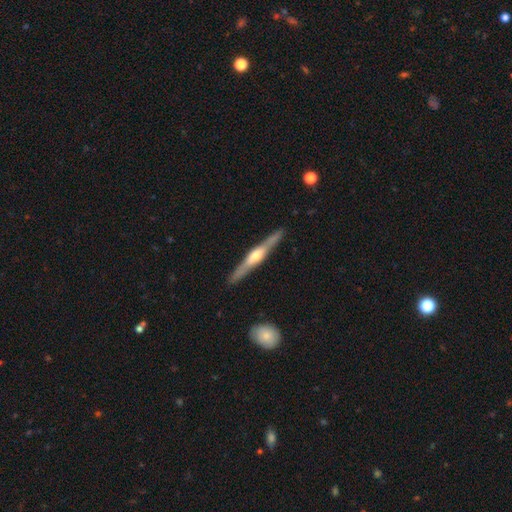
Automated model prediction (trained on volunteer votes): smooth_or_featured: featured or disk (p=0.73) [alt: smooth p=0.22]
disk_edge_on: yes (p=0.96) [alt: no p=0.04]
edge_on_bulge: rounded (p=0.84) [alt: boxy p=0.10]
merging: none (p=0.89) [alt: minor disturbance p=0.08]